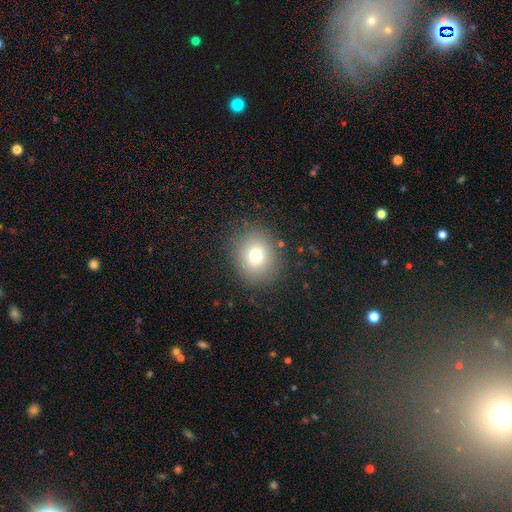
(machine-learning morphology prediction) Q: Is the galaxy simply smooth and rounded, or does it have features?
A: smooth — 76%.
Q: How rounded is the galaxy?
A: round — 70%.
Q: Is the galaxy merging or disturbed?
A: none — 86%.